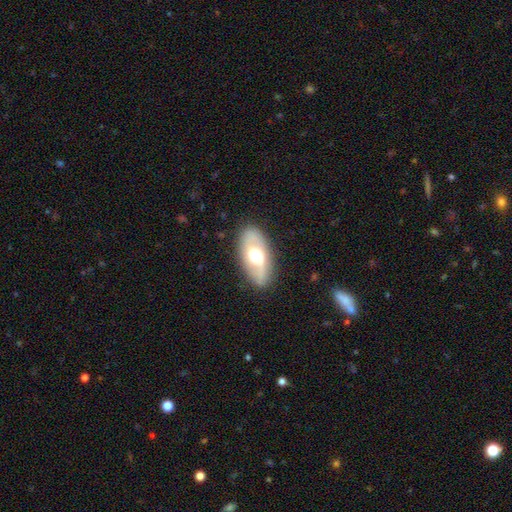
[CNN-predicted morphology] featured or disk 59%, smooth 35%, star or artifact 6%. Down the decision tree: edge-on disk — no (85%); merging — none (84%).